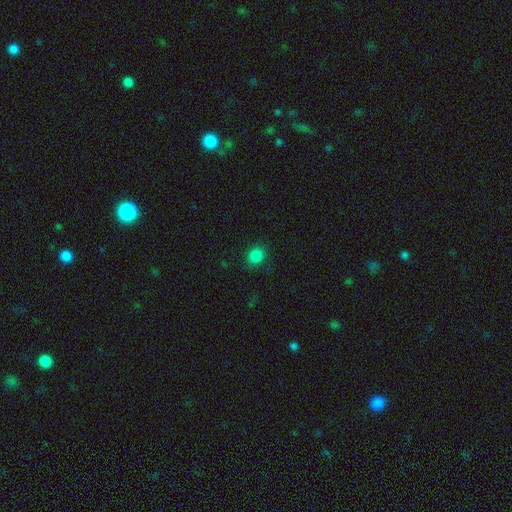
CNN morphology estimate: The model was most divided on "how rounded": round: 70%, in between: 29%, cigar-shaped: 1%. More confident: merging — none (87%); smooth or featured — smooth (84%).